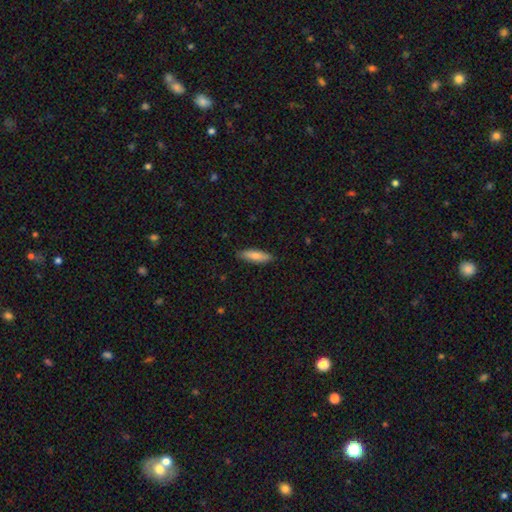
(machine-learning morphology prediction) Smooth or featured: smooth — 74% (featured or disk — 20%)
How rounded: cigar-shaped — 60% (in between — 38%)
Merging: none — 87% (minor disturbance — 10%)